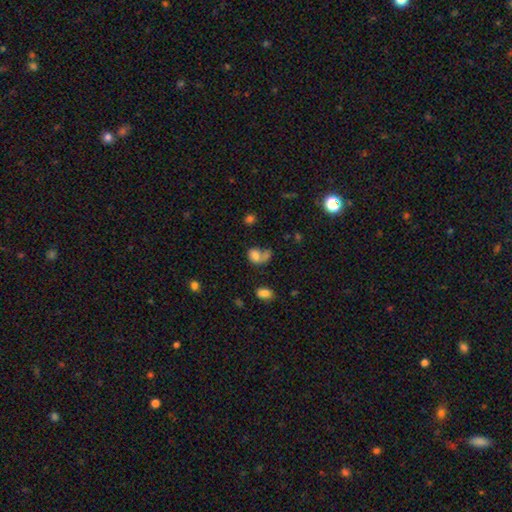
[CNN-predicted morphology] type=smooth (73%); roundness=in between (63%); merging=merger (31%).